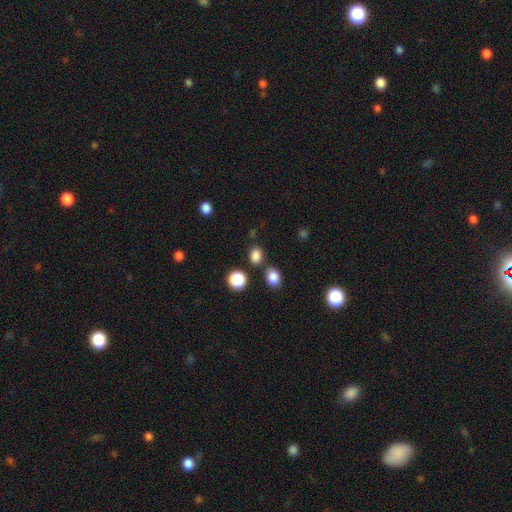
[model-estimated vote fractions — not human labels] This appears to be a smooth galaxy with no disk features (84%) that is in between round and cigar-shaped (53%). Merging: none (75%).